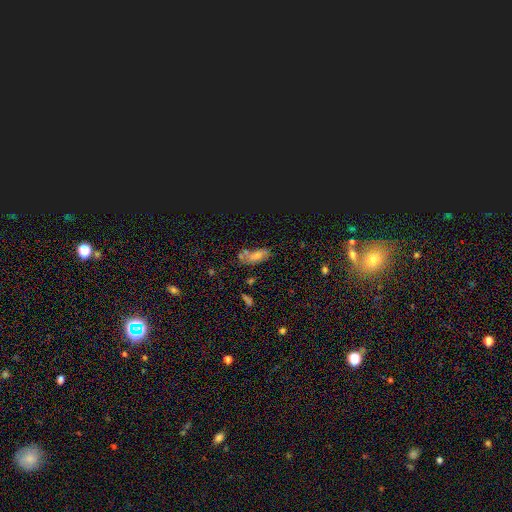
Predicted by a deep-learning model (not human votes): smooth-or-featured: smooth: 67% | star or artifact: 18% | featured or disk: 15%
  how-rounded: in between: 80% | cigar-shaped: 16% | round: 4%
  merging: none: 50% | minor disturbance: 23% | merger: 16% | major disturbance: 10%